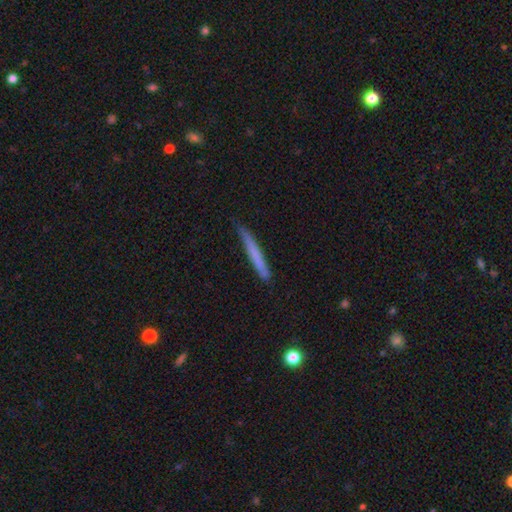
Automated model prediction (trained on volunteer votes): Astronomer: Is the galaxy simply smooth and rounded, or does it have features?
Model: smooth — 66%.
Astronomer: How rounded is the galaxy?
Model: cigar-shaped — 97%.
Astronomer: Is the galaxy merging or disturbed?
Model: none — 80%.